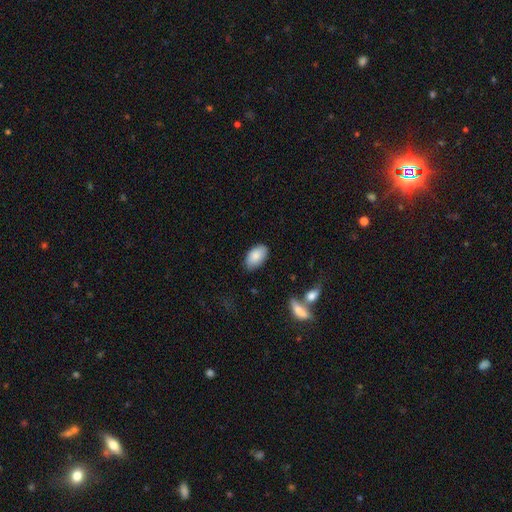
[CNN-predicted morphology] smooth 86%, featured or disk 8%, star or artifact 6%. Down the decision tree: how rounded — in between (95%); merging — none (83%).